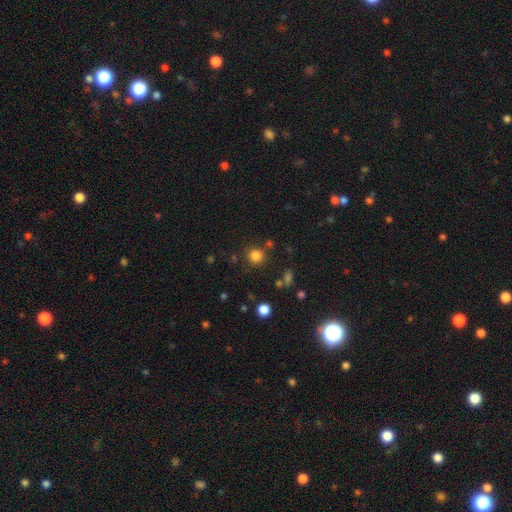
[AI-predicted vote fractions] A smooth galaxy with no disk features (81%) that is round (90%).

Vote fractions:
- Smooth or featured? smooth: 81% / star or artifact: 14% / featured or disk: 5%
- How rounded? round: 90% / in between: 9% / cigar-shaped: 1%
- Merging? none: 81% / minor disturbance: 9% / merger: 6% / major disturbance: 4%